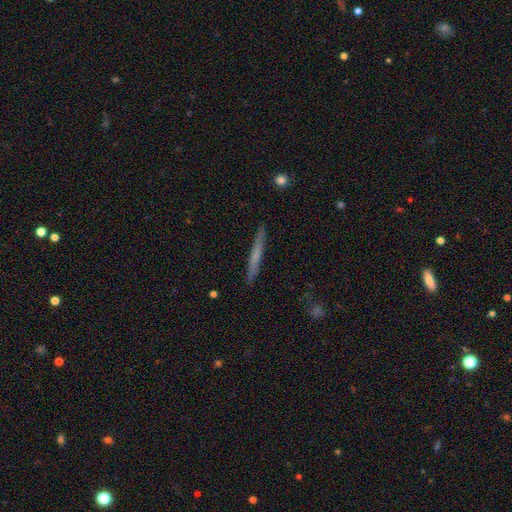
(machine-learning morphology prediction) A smooth galaxy with no disk features (49%). Merging: none (91%).